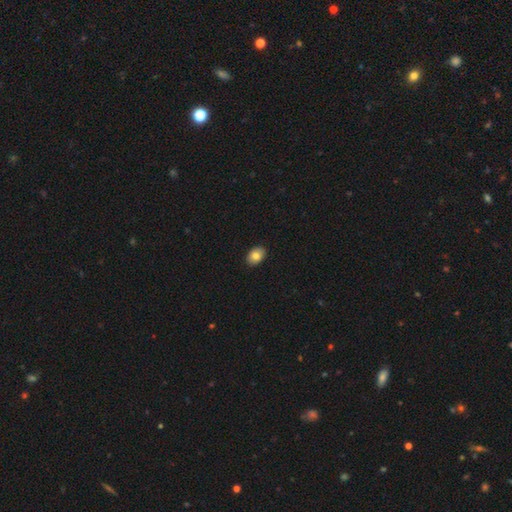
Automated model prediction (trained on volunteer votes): Smooth or featured? Predicted: smooth (p=0.82). How rounded? Predicted: in between (p=0.83). Merging? Predicted: none (p=0.90).